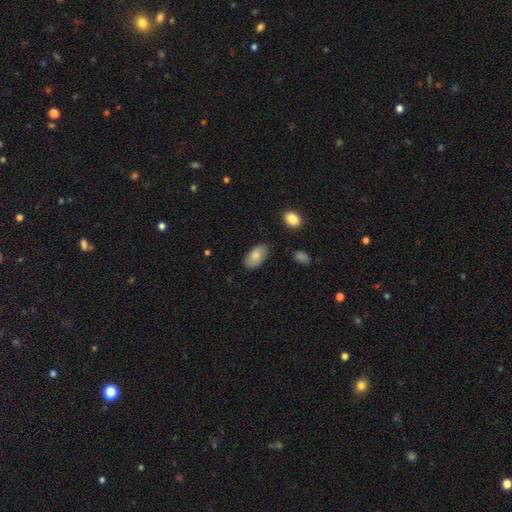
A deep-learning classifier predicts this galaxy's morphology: The model was most divided on "merging": none: 83%, minor disturbance: 13%, major disturbance: 3%, merger: 2%. More confident: how rounded — in between (94%); smooth or featured — smooth (82%).